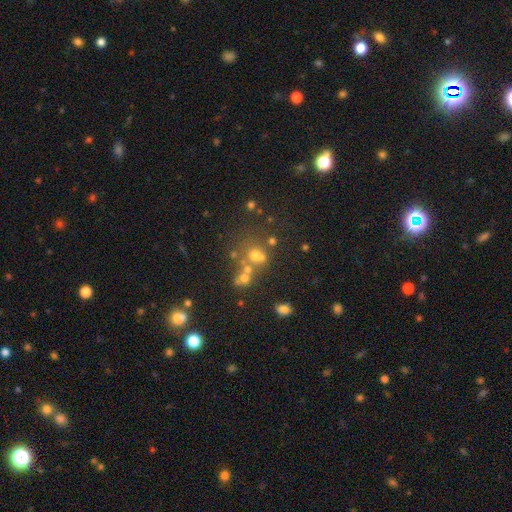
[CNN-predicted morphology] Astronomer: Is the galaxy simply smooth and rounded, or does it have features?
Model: smooth — 50% (runner-up: star or artifact, 29%).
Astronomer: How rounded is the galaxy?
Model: round — 76%.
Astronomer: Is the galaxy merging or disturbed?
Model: none — 47% (runner-up: merger, 34%).